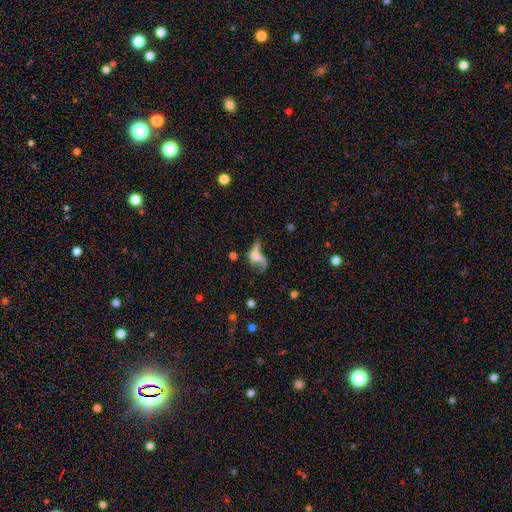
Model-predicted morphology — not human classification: smooth_or_featured: featured or disk (p=0.49) [alt: smooth p=0.35]
merging: major disturbance (p=0.40) [alt: merger p=0.25]